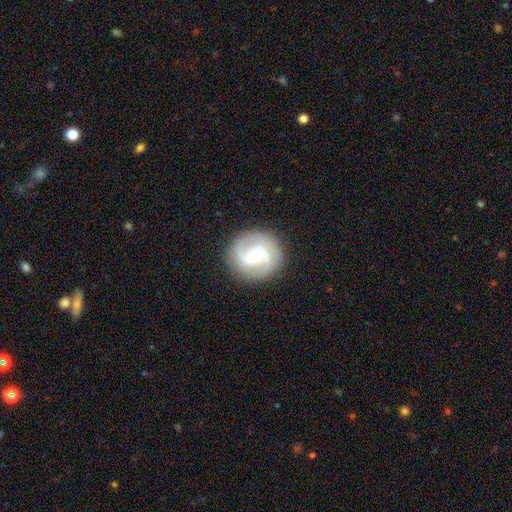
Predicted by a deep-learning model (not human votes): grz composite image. It shows a featured or disk galaxy (77%) with a weak bar (47%), 2 (76%) medium (46%) spiral arms (93%) and a small central bulge (59%). Merging: none (87%).